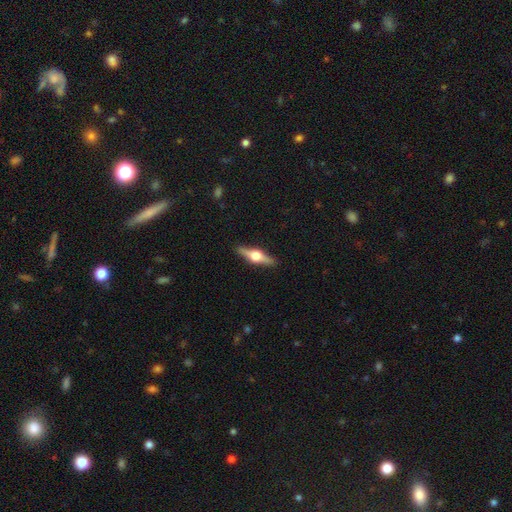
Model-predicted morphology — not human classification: Q: Smooth or featured?
A: featured or disk (76%); runner-up: smooth (18%)
Q: Edge-on disk?
A: yes (98%); runner-up: no (2%)
Q: Edge-on bulge?
A: rounded (95%); runner-up: boxy (3%)
Q: Merging?
A: none (91%); runner-up: minor disturbance (7%)